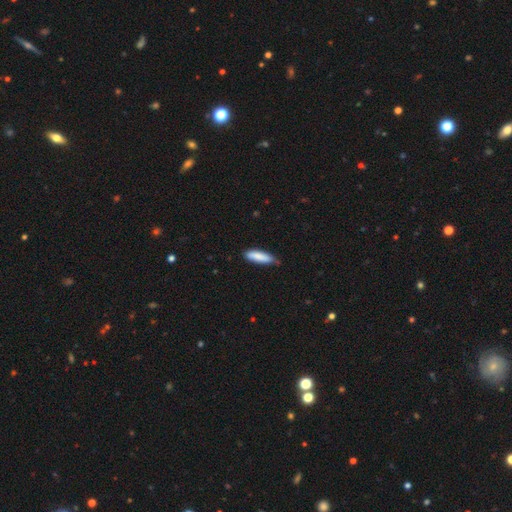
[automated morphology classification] A smooth galaxy with no disk features (85%) that is cigar-shaped (64%). Merging: none (68%).